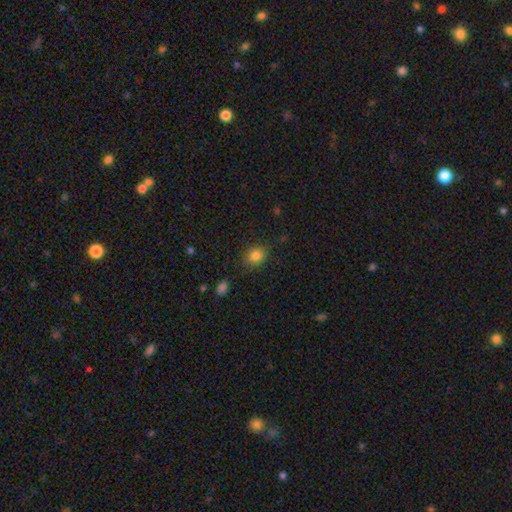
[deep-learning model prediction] Overall: smooth (83%). How rounded: round (62%; in between 37%). Merging: none (83%).